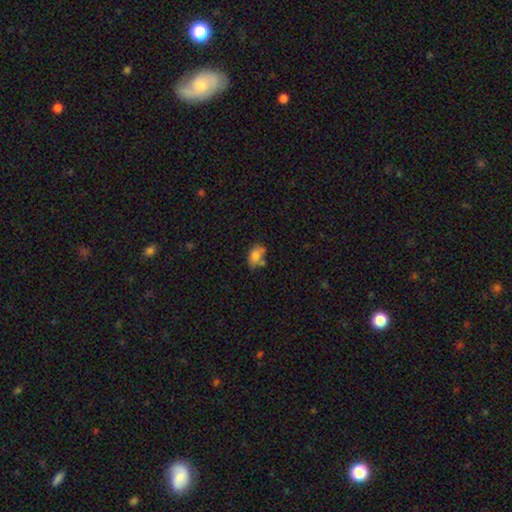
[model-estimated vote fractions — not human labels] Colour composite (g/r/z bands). It shows a smooth galaxy with no disk features (77%) that is in between round and cigar-shaped (84%). Merging: none (51%).